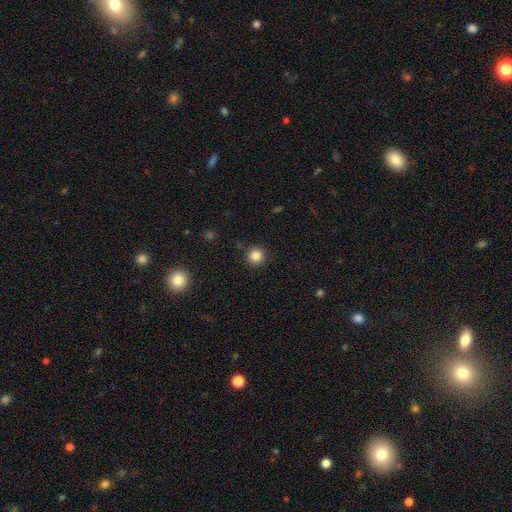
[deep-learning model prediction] A smooth galaxy with no disk features (84%) that is round (95%). Merging: none (90%).